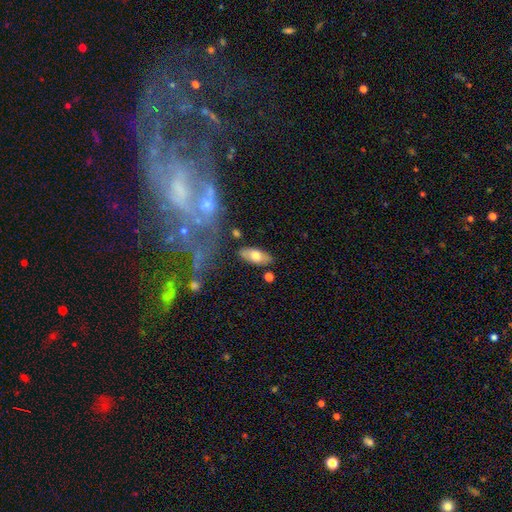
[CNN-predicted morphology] This is likely a smooth galaxy (68%). How rounded: clearly in between (87%). Merging: likely none (79%).